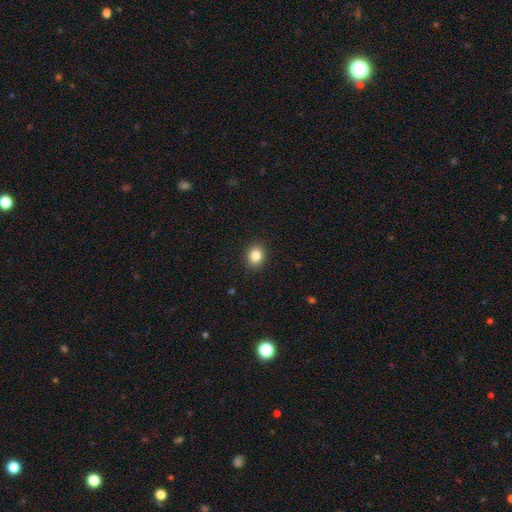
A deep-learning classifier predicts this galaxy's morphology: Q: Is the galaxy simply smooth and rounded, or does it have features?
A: smooth — 85%.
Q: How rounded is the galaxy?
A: round — 54%.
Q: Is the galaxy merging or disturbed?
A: none — 90%.